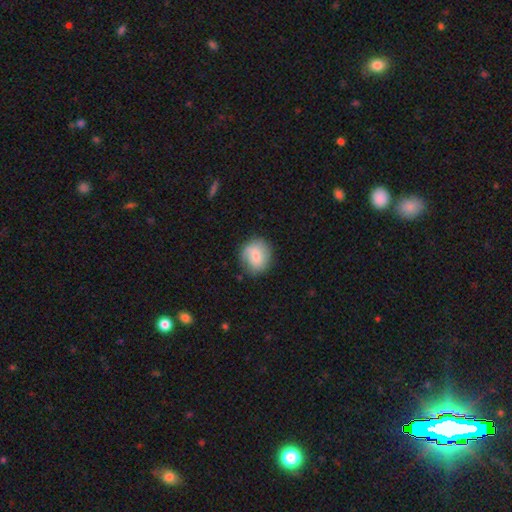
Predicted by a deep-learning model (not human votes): Smooth or featured? smooth (68%)
How rounded? round (81%)
Merging? none (78%)